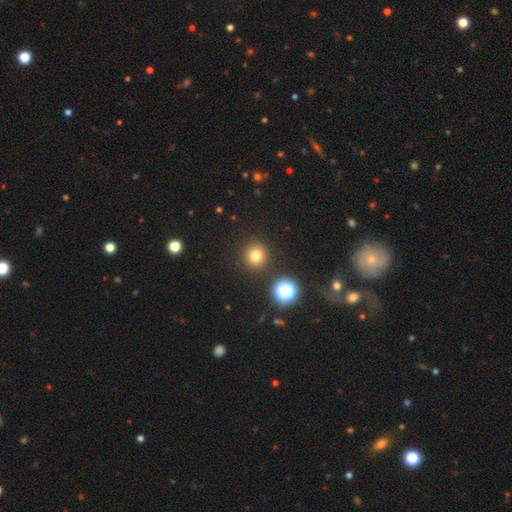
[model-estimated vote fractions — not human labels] This appears to be a smooth galaxy with no disk features (74%) that is round (95%). Merging: none (90%).